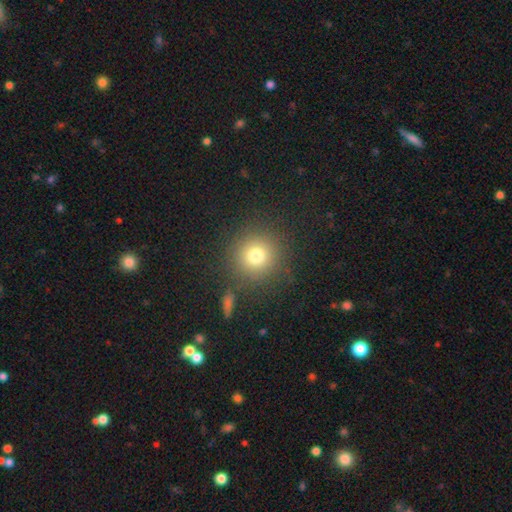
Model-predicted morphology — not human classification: Smooth or featured? Predicted: smooth (p=0.77). How rounded? Predicted: round (p=0.92). Merging? Predicted: none (p=0.84).